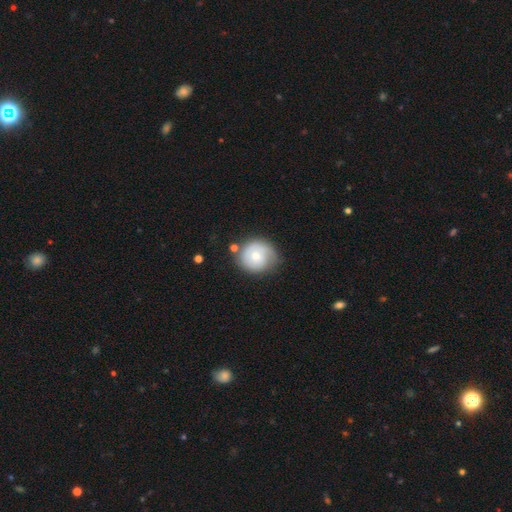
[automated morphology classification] smooth 55%, featured or disk 38%, star or artifact 7%. Down the decision tree: how rounded — round (85%); merging — none (63%).